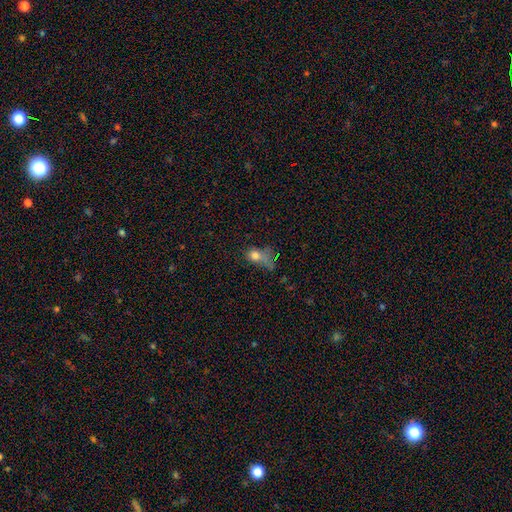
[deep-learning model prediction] Smooth or featured: smooth — 70% (featured or disk — 15%)
How rounded: in between — 57% (round — 39%)
Merging: major disturbance — 43% (none — 23%)